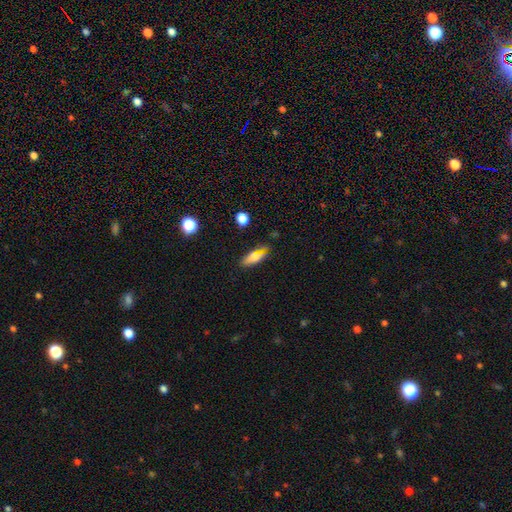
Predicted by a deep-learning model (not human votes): The model was most divided on "how rounded": in between: 59%, cigar-shaped: 38%, round: 3%. More confident: merging — none (73%); smooth or featured — smooth (71%).